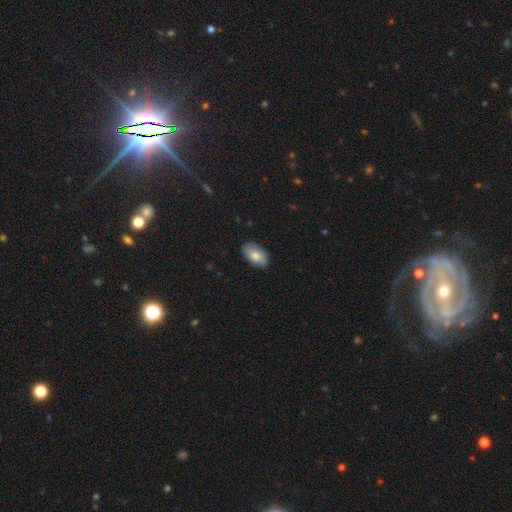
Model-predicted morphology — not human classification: This appears to be a smooth galaxy with no disk features (80%) that is in between round and cigar-shaped (94%). Merging: none (84%).